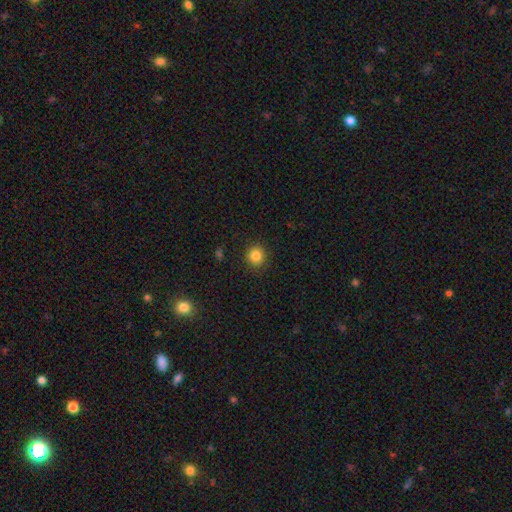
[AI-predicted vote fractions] This is clearly a smooth galaxy (84%). How rounded: clearly round (90%). Merging: clearly none (90%).